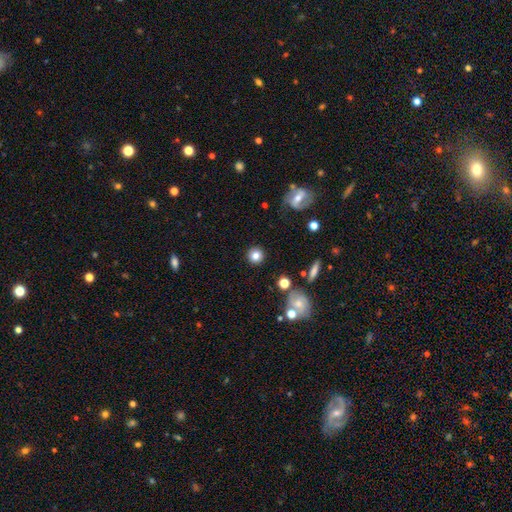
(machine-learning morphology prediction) Overall: smooth (79%). How rounded: round (93%). Merging: none (88%).